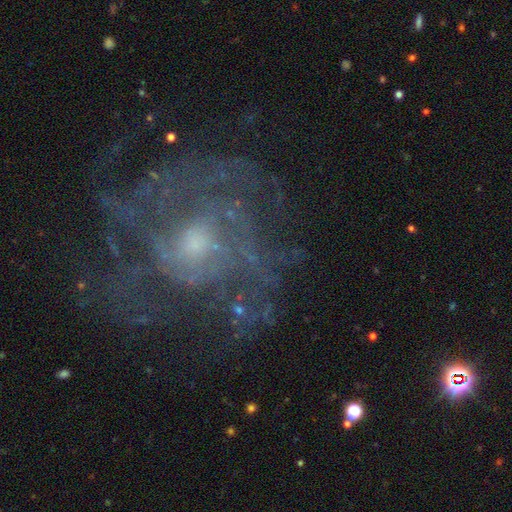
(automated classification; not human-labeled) Morphology: type=featured or disk (75%); edge-on=no (97%); bar=no (72%); spiral arms=yes (84%); winding=tight (43%); arm count=can't tell (35%); bulge=small (52%); merging=none (59%).